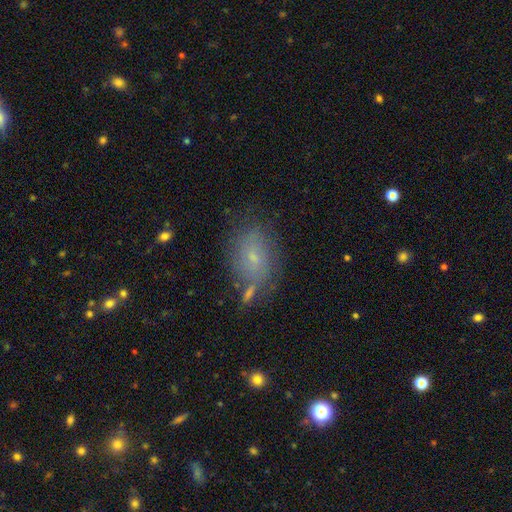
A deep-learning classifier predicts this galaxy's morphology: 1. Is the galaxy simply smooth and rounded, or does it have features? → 51% smooth, 29% featured or disk, 21% star or artifact.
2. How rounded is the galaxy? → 82% in between, 15% round, 3% cigar-shaped.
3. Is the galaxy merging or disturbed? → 69% none, 19% minor disturbance, 7% major disturbance, 6% merger.